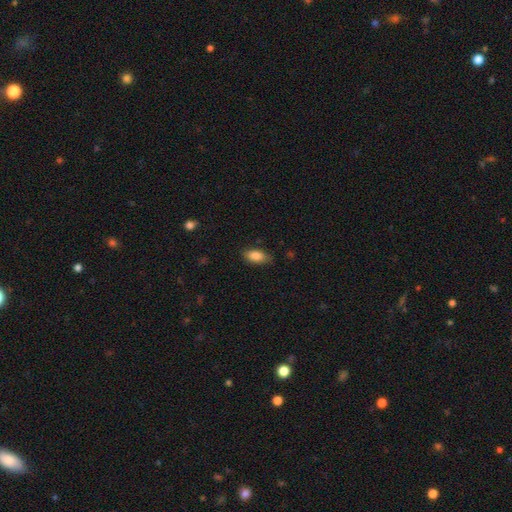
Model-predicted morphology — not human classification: smooth_or_featured: smooth (p=0.86) [alt: star or artifact p=0.07]
how_rounded: in between (p=0.88) [alt: cigar-shaped p=0.09]
merging: none (p=0.79) [alt: minor disturbance p=0.17]